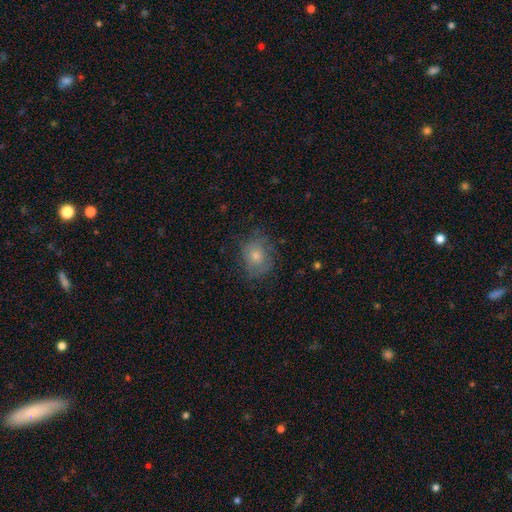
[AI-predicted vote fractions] A smooth galaxy with no disk features (59%) that is round (62%). Merging: none (69%).